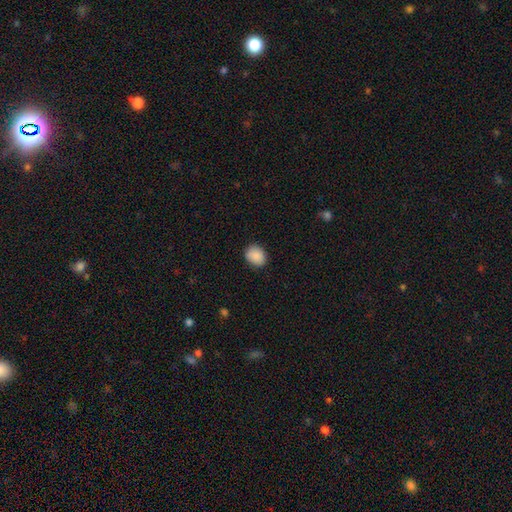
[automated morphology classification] smooth 88%, star or artifact 8%, featured or disk 4%. Down the decision tree: how rounded — round (52%); merging — none (84%).